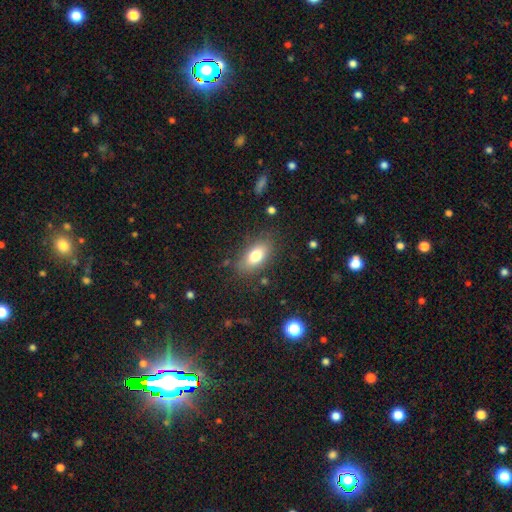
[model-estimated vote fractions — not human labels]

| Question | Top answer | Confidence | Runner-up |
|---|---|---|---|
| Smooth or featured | smooth | 77% | featured or disk (15%) |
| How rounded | in between | 87% | round (7%) |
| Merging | none | 81% | minor disturbance (13%) |